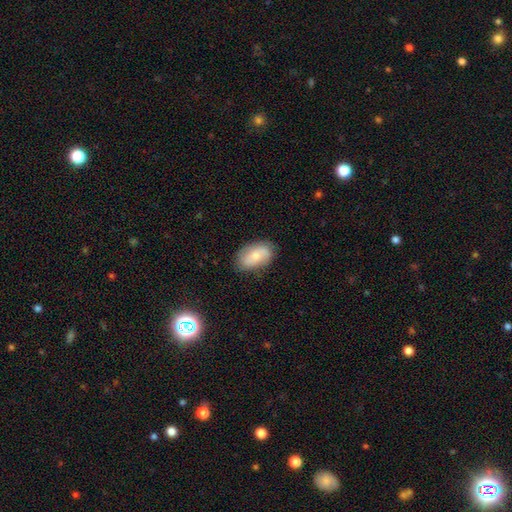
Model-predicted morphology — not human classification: This appears to be a smooth galaxy with no disk features (65%) that is in between round and cigar-shaped (92%). Merging: none (76%).